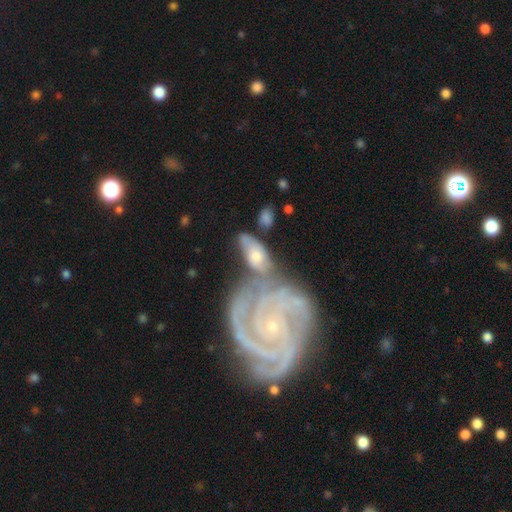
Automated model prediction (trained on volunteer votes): A featured or disk galaxy (50%). Merging: merger (41%).